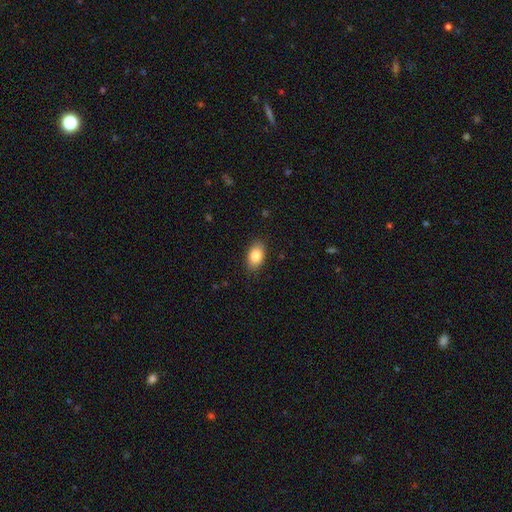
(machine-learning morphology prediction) A smooth galaxy with no disk features (86%) that is in between round and cigar-shaped (90%).

Vote fractions:
- Smooth or featured? smooth: 86% / featured or disk: 7% / star or artifact: 7%
- How rounded? in between: 90% / round: 8% / cigar-shaped: 2%
- Merging? none: 86% / minor disturbance: 11% / major disturbance: 3% / merger: 1%